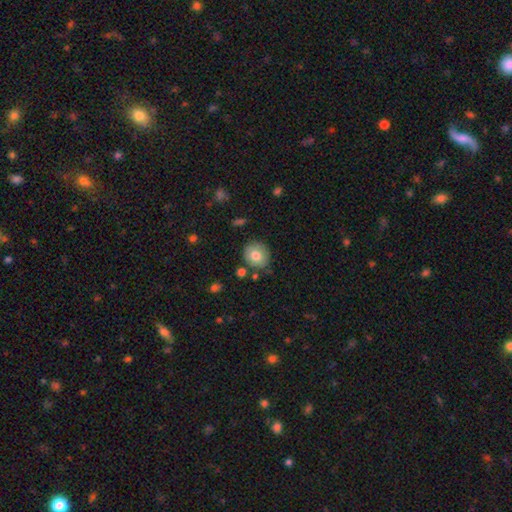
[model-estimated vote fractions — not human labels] Q: Smooth or featured?
A: smooth (76%); runner-up: featured or disk (16%)
Q: How rounded?
A: round (84%); runner-up: in between (15%)
Q: Merging?
A: none (80%); runner-up: minor disturbance (13%)